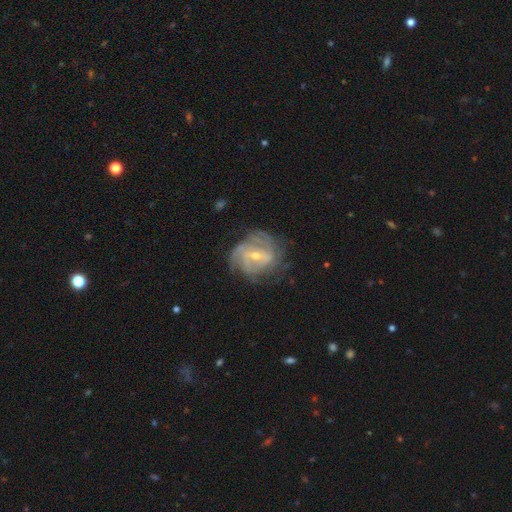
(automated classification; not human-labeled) Smooth or featured?
  - featured or disk: 83% *
  - smooth: 9%
  - star or artifact: 7%
Edge-on disk?
  - no: 97% *
  - yes: 3%
Bar?
  - weak: 52% *
  - no: 26%
  - strong: 22%
Spiral arms?
  - yes: 93% *
  - no: 7%
Spiral winding?
  - tight: 57% *
  - medium: 33%
  - loose: 10%
Spiral arm count?
  - can't tell: 34% *
  - 3: 22%
  - 2: 19%
  - 4: 15%
  - more than 4: 6%
  - 1: 5%
Bulge size?
  - small: 56% *
  - moderate: 41%
  - large: 1%
  - none: 1%
  - dominant: 1%
Merging?
  - none: 71% *
  - minor disturbance: 19%
  - major disturbance: 9%
  - merger: 1%